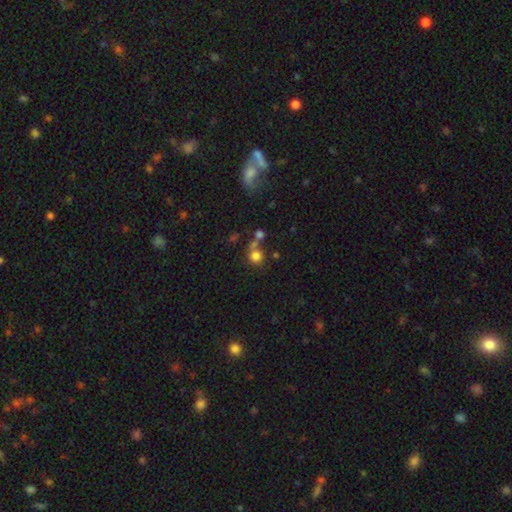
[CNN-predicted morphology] smooth_or_featured: smooth (p=0.77) [alt: star or artifact p=0.14]
how_rounded: round (p=0.88) [alt: in between p=0.11]
merging: none (p=0.56) [alt: merger p=0.29]